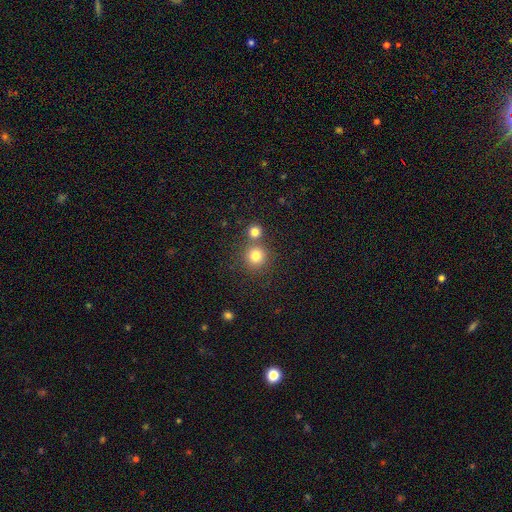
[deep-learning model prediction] Smooth or featured? smooth (79%)
How rounded? round (92%)
Merging? none (68%)